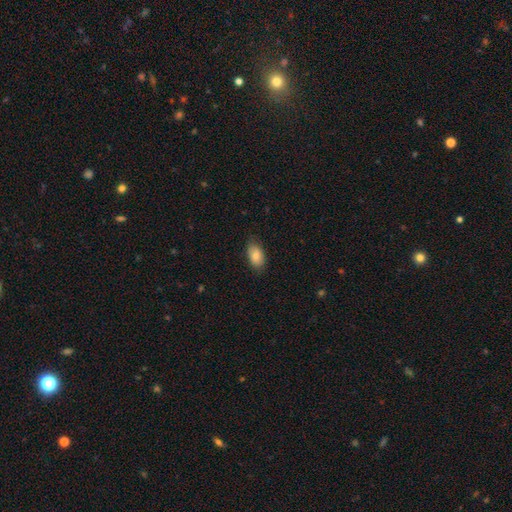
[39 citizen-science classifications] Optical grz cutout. It shows a smooth galaxy with no disk features (79%) that is in between round and cigar-shaped (84%). Merging: none (80%).